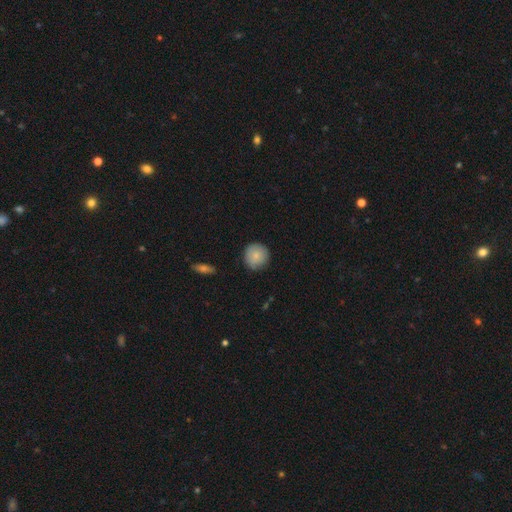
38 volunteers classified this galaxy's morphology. Q: Smooth or featured?
A: smooth (79%); runner-up: featured or disk (18%)
Q: How rounded?
A: round (90%); runner-up: in between (10%)
Q: Merging?
A: none (68%); runner-up: minor disturbance (30%)